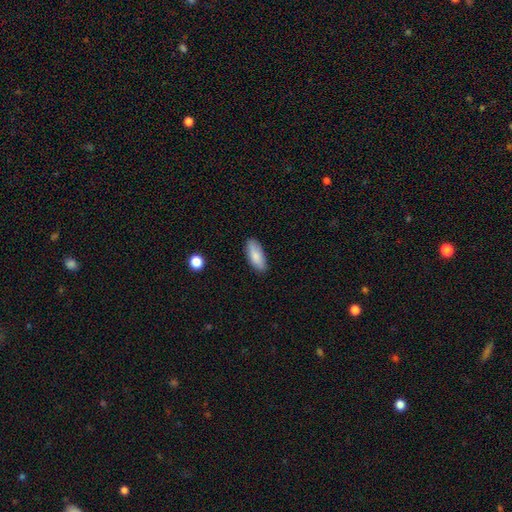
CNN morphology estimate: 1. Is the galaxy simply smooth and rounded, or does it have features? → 85% smooth, 9% featured or disk, 6% star or artifact.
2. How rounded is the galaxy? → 77% in between, 21% cigar-shaped, 2% round.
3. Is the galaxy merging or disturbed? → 86% none, 11% minor disturbance, 2% major disturbance, 1% merger.